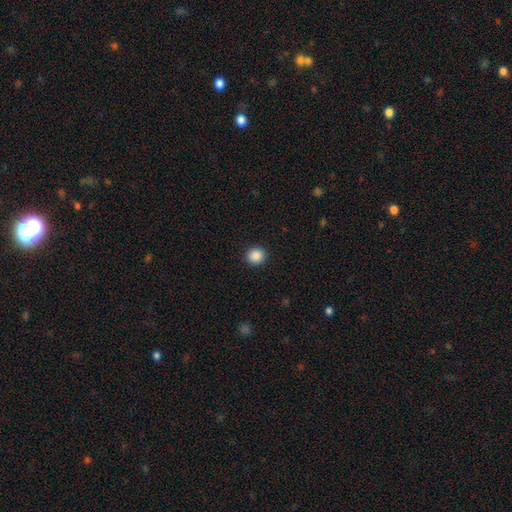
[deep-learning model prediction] This appears to be a smooth galaxy with no disk features (88%) that is round (88%). Merging: none (92%).